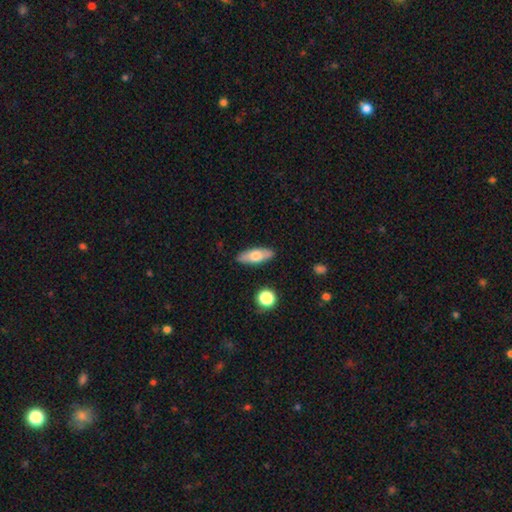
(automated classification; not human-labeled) Overall: smooth (65%; featured or disk 28%). How rounded: in between (66%; cigar-shaped 31%). Merging: none (86%).